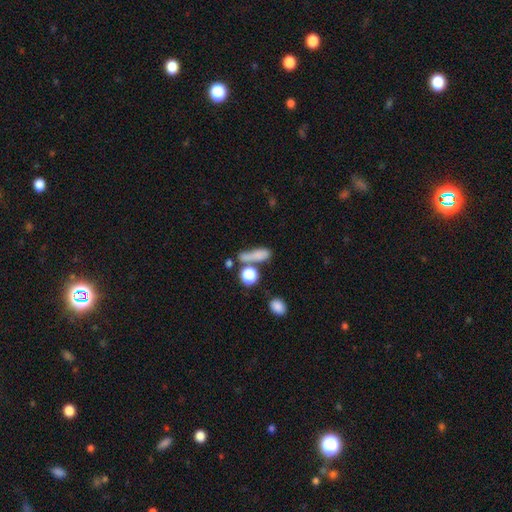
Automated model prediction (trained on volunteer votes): Smooth or featured: smooth — 72% (featured or disk — 15%)
How rounded: in between — 43% (cigar-shaped — 37%)
Merging: none — 40% (merger — 27%)